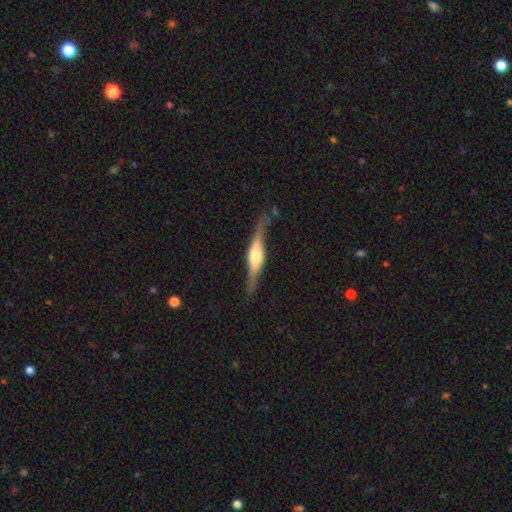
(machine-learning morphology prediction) Smooth or featured: featured or disk — 77% (smooth — 17%)
Edge-on disk: yes — 94% (no — 6%)
Edge-on bulge: rounded — 83% (boxy — 14%)
Merging: none — 77% (minor disturbance — 15%)